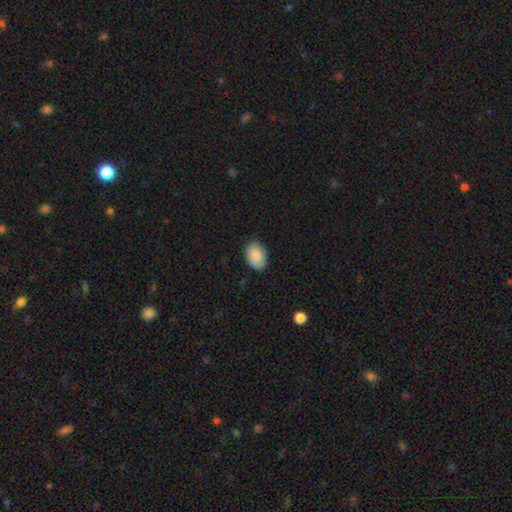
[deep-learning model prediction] This is clearly a smooth galaxy (87%). How rounded: clearly in between (84%). Merging: clearly none (84%).